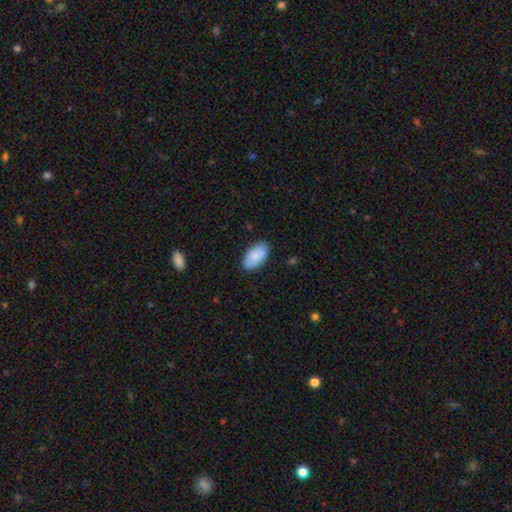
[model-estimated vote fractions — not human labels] Smooth or featured: smooth — 85% (featured or disk — 9%)
How rounded: in between — 95% (round — 3%)
Merging: none — 85% (minor disturbance — 12%)